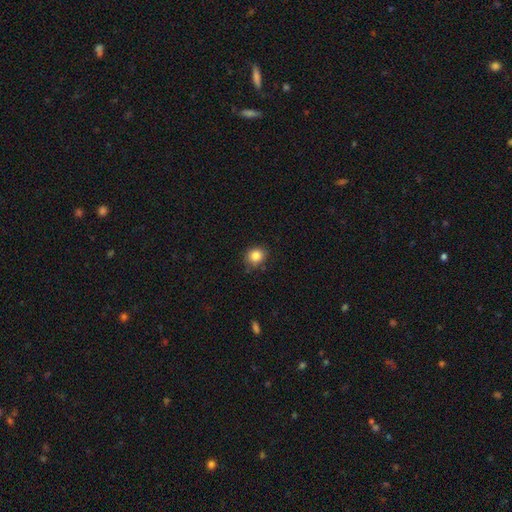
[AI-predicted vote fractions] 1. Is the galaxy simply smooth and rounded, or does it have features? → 85% smooth, 10% star or artifact, 5% featured or disk.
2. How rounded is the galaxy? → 73% round, 26% in between, 1% cigar-shaped.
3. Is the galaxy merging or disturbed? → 81% none, 15% minor disturbance, 3% major disturbance, 2% merger.